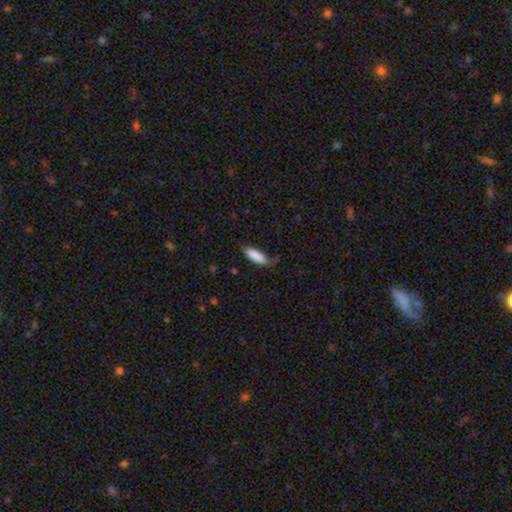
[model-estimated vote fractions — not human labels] Overall: smooth (86%). How rounded: in between (56%; cigar-shaped 43%). Merging: none (61%; minor disturbance 28%).